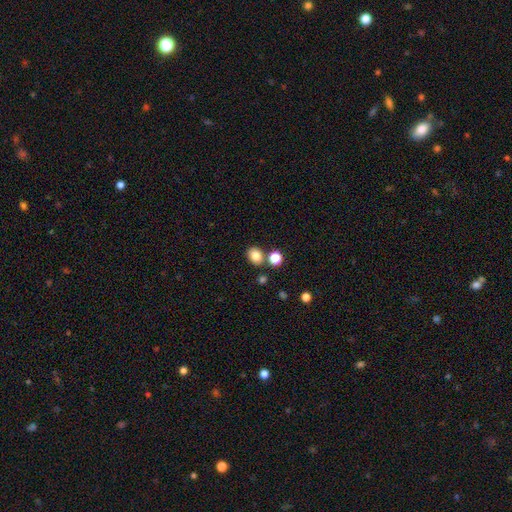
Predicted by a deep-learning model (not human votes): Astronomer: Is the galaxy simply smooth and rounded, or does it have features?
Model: smooth — 82%.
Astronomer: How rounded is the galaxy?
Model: round — 55% (runner-up: in between, 44%).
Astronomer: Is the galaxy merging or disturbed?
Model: none — 76%.